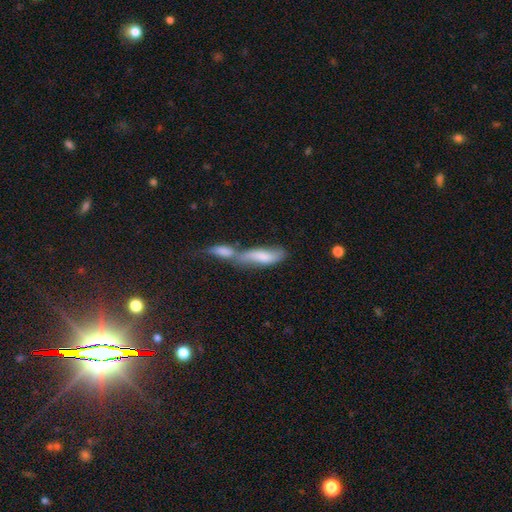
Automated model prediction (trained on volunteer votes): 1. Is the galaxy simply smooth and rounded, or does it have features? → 39% smooth, 36% featured or disk, 26% star or artifact.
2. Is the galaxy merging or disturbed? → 61% merger, 21% none, 9% minor disturbance, 9% major disturbance.